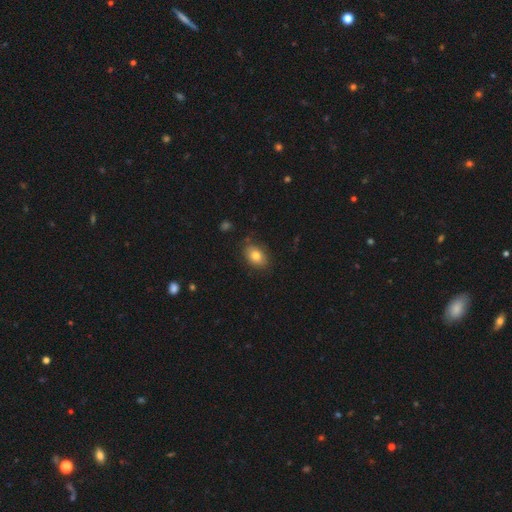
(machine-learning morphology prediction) Overall: smooth (80%). How rounded: in between (82%). Merging: none (81%).